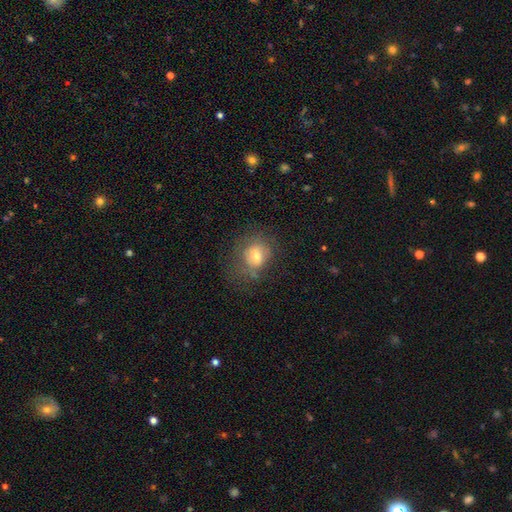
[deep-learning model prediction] Smooth or featured? smooth (64%)
How rounded? round (63%)
Merging? none (58%)